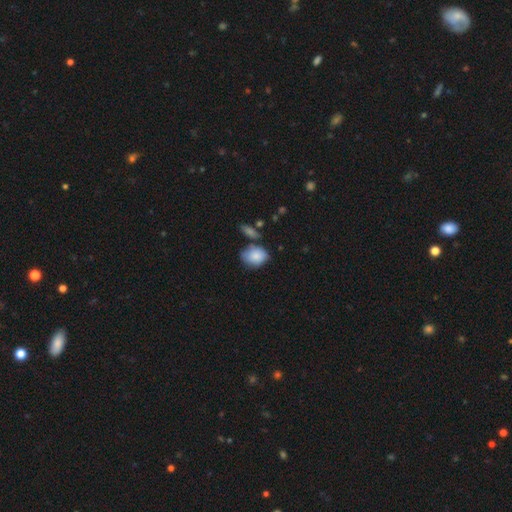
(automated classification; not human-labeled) smooth-or-featured: smooth: 82% | featured or disk: 11% | star or artifact: 7%
  how-rounded: in between: 62% | round: 37% | cigar-shaped: 1%
  merging: none: 52% | minor disturbance: 29% | merger: 12% | major disturbance: 7%